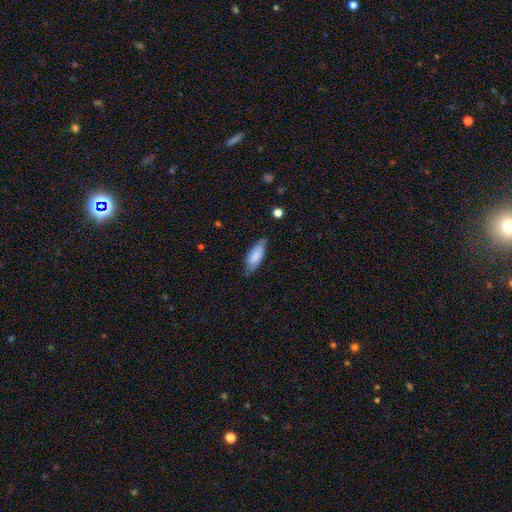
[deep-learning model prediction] smooth-or-featured: smooth: 73% | featured or disk: 21% | star or artifact: 6%
  how-rounded: in between: 72% | cigar-shaped: 26% | round: 2%
  merging: none: 72% | minor disturbance: 22% | major disturbance: 4% | merger: 2%